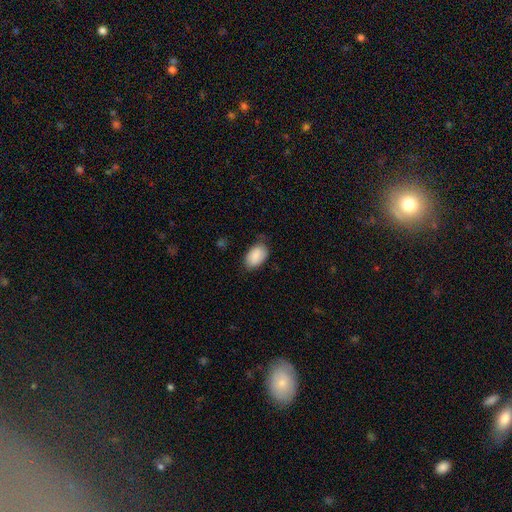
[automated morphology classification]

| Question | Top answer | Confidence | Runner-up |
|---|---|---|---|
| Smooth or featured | smooth | 88% | star or artifact (7%) |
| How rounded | in between | 92% | round (7%) |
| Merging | none | 69% | minor disturbance (24%) |